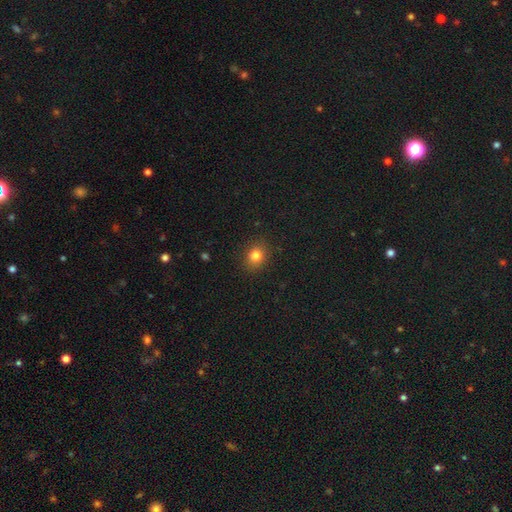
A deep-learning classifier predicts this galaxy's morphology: A smooth galaxy with no disk features (81%) that is round (67%). Merging: none (88%).